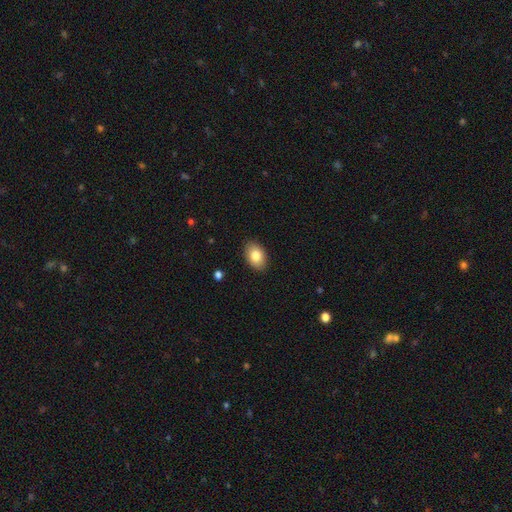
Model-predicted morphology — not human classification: smooth 83%, featured or disk 9%, star or artifact 7%. Down the decision tree: how rounded — in between (86%); merging — none (89%).